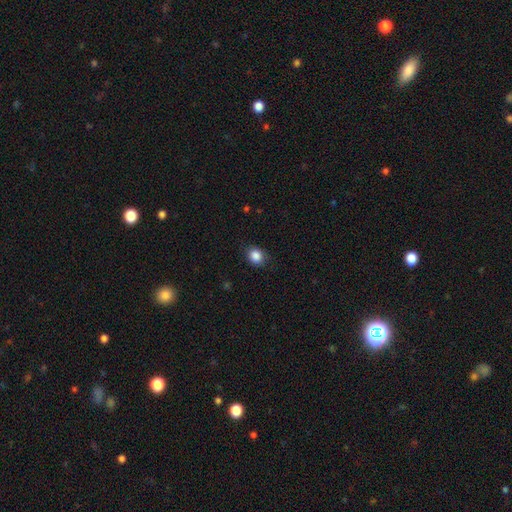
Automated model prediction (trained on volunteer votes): Morphology: type=smooth (87%); roundness=round (66%); merging=none (82%).